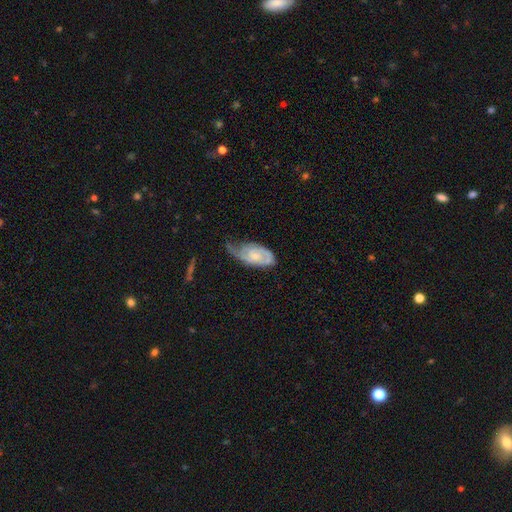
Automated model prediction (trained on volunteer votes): The model was most divided on "spiral winding": tight: 43%, medium: 38%, loose: 18%. Remaining: edge-on disk — no (94%); spiral arms — yes (86%); bar — no (69%); smooth or featured — featured or disk (67%); spiral arm count — 2 (51%); bulge size — small (46%); merging — minor disturbance (38%).